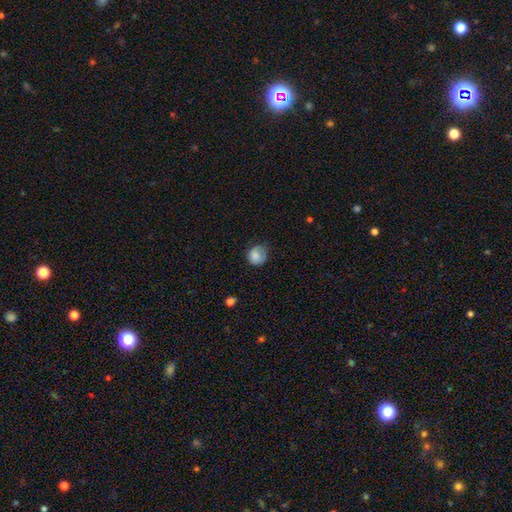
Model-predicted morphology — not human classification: Smooth or featured? smooth (82%)
How rounded? round (80%)
Merging? none (57%)